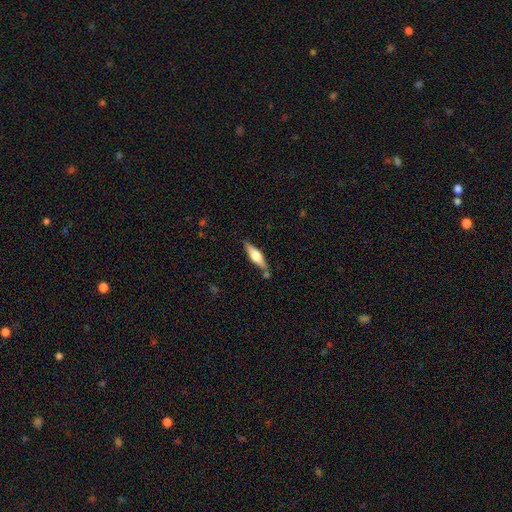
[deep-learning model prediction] A featured or disk galaxy (51%) viewed edge-on (94%).

Vote fractions:
- Smooth or featured? featured or disk: 51% / smooth: 43% / star or artifact: 6%
- Edge-on disk? yes: 94% / no: 6%
- Merging? none: 77% / minor disturbance: 14% / merger: 6% / major disturbance: 3%